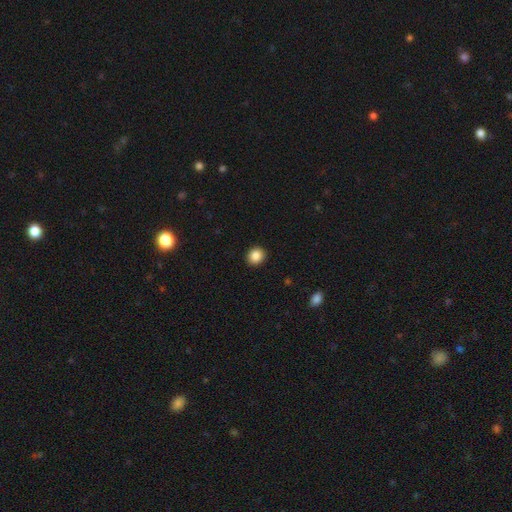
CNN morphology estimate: smooth_or_featured: smooth (p=0.86) [alt: star or artifact p=0.09]
how_rounded: round (p=0.85) [alt: in between p=0.14]
merging: none (p=0.93) [alt: minor disturbance p=0.05]